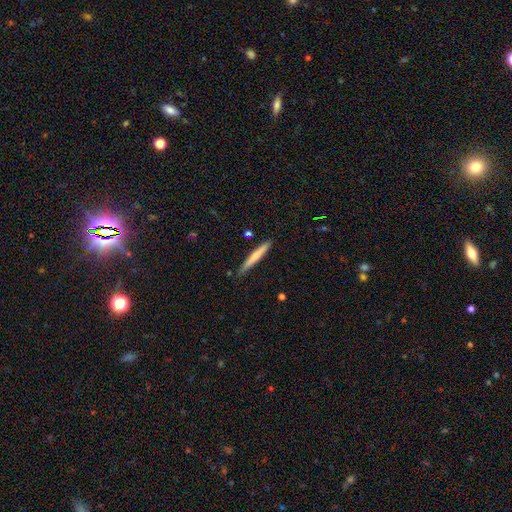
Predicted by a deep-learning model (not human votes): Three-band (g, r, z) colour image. It shows a smooth galaxy with no disk features (65%) that is cigar-shaped (96%). Merging: none (83%).